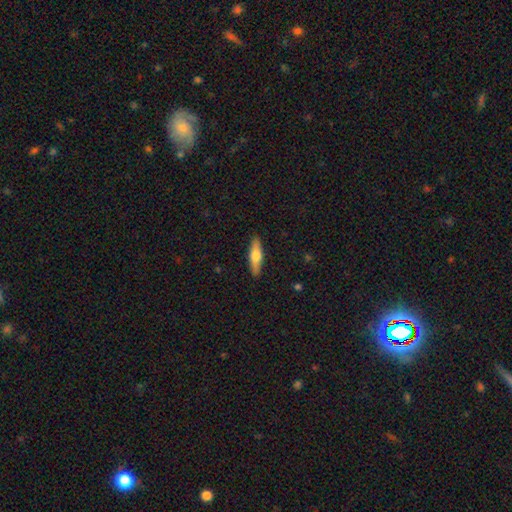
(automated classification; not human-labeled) A smooth galaxy with no disk features (60%) that is cigar-shaped (66%).

Vote fractions:
- Smooth or featured? smooth: 60% / featured or disk: 35% / star or artifact: 6%
- How rounded? cigar-shaped: 66% / in between: 32% / round: 2%
- Merging? none: 90% / minor disturbance: 7% / major disturbance: 2% / merger: 1%